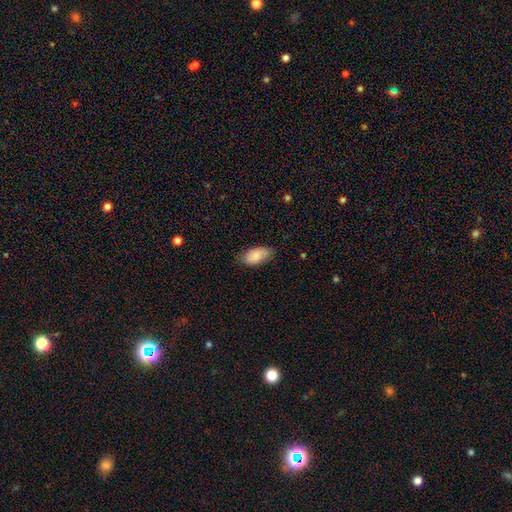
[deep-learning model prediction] A smooth galaxy with no disk features (84%) that is in between round and cigar-shaped (94%).

Vote fractions:
- Smooth or featured? smooth: 84% / featured or disk: 10% / star or artifact: 6%
- How rounded? in between: 94% / cigar-shaped: 3% / round: 3%
- Merging? none: 76% / minor disturbance: 20% / major disturbance: 3% / merger: 1%